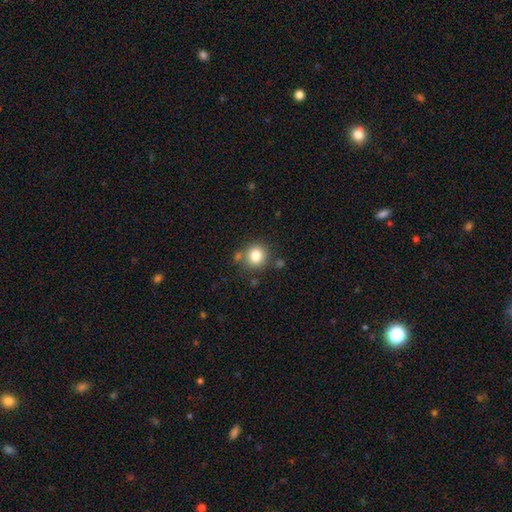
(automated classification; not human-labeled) smooth_or_featured: smooth (p=0.81) [alt: star or artifact p=0.11]
how_rounded: round (p=0.88) [alt: in between p=0.11]
merging: none (p=0.77) [alt: minor disturbance p=0.11]